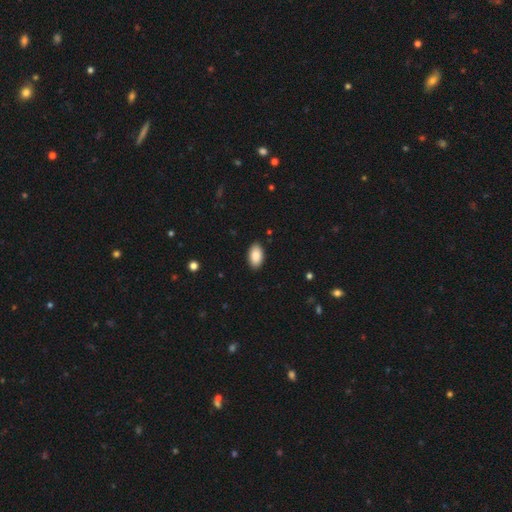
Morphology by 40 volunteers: This is clearly a smooth galaxy (90%). How rounded: clearly in between (92%). Merging: clearly none (86%).